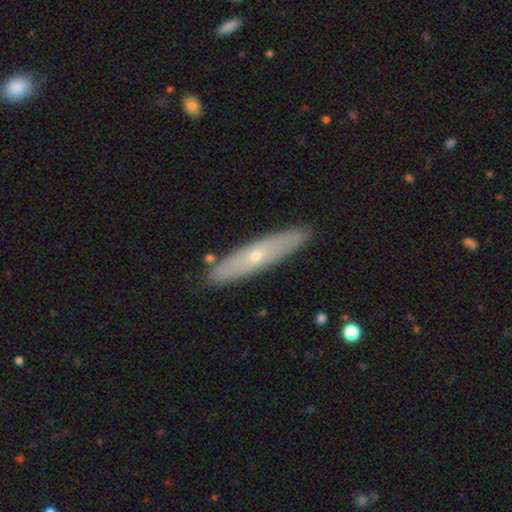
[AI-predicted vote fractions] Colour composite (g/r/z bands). It shows a featured or disk galaxy (50%) viewed edge-on (69%). Merging: none (87%).